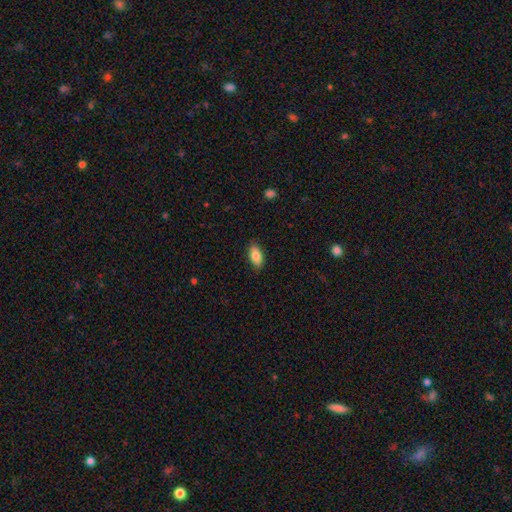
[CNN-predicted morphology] type=smooth (84%); roundness=in between (91%); merging=none (85%).